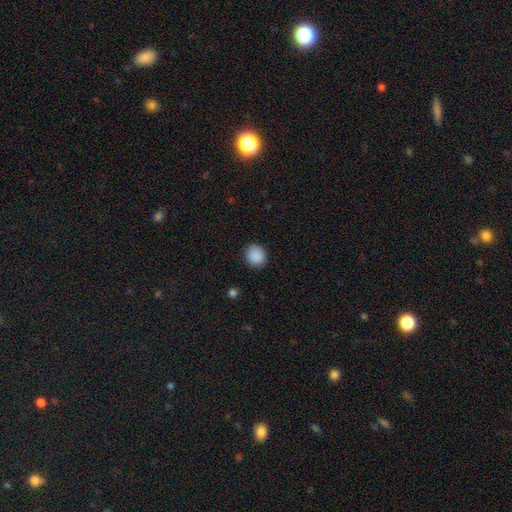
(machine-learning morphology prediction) The model was most divided on "how rounded": round: 81%, in between: 18%, cigar-shaped: 1%. More confident: merging — none (89%); smooth or featured — smooth (89%).